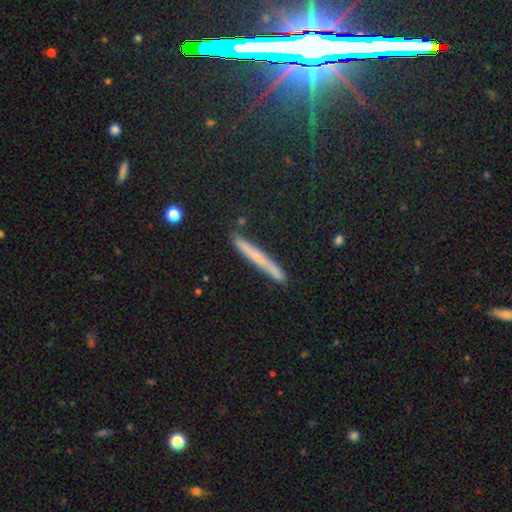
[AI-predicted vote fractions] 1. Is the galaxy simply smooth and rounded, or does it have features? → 55% smooth, 35% featured or disk, 10% star or artifact.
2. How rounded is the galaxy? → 96% cigar-shaped, 2% in between, 2% round.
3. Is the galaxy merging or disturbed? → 86% none, 10% minor disturbance, 2% merger, 2% major disturbance.